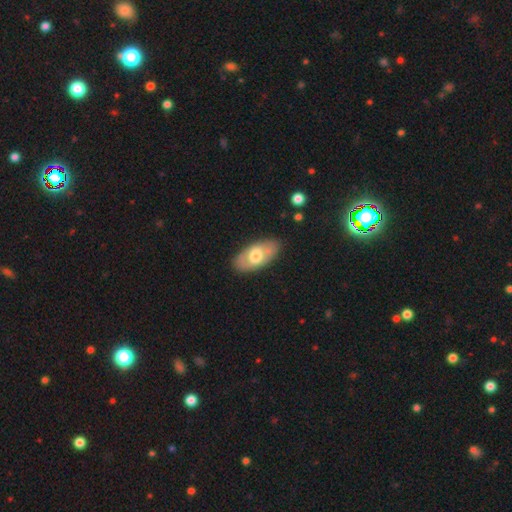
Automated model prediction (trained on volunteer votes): This is possibly a smooth galaxy (56%). How rounded: clearly in between (92%). Merging: clearly none (82%).